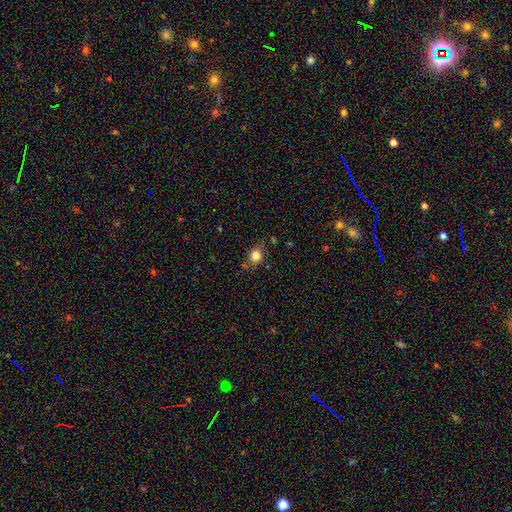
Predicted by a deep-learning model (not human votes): Smooth or featured?
  - smooth: 81% *
  - star or artifact: 11%
  - featured or disk: 8%
How rounded?
  - round: 57% *
  - in between: 41%
  - cigar-shaped: 2%
Merging?
  - none: 73% *
  - minor disturbance: 19%
  - major disturbance: 5%
  - merger: 3%